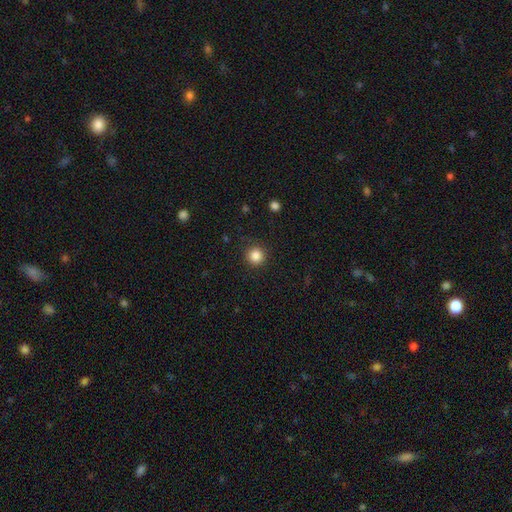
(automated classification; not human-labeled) Smooth or featured?
  - smooth: 85% *
  - star or artifact: 11%
  - featured or disk: 4%
How rounded?
  - round: 95% *
  - in between: 4%
  - cigar-shaped: 1%
Merging?
  - none: 90% *
  - minor disturbance: 6%
  - major disturbance: 3%
  - merger: 1%